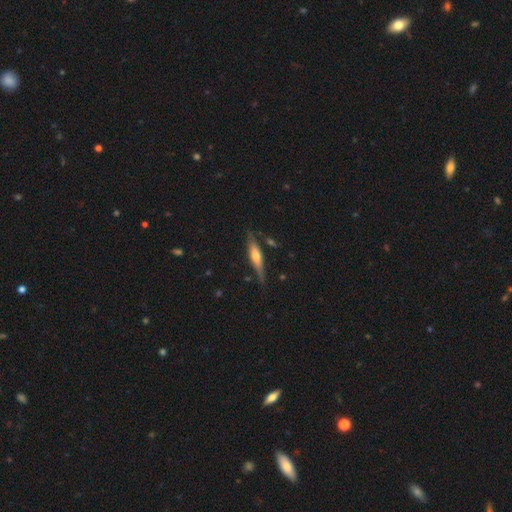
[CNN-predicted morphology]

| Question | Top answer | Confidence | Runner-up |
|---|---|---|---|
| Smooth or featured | featured or disk | 53% | smooth (41%) |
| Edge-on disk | yes | 92% | no (8%) |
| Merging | none | 75% | minor disturbance (17%) |